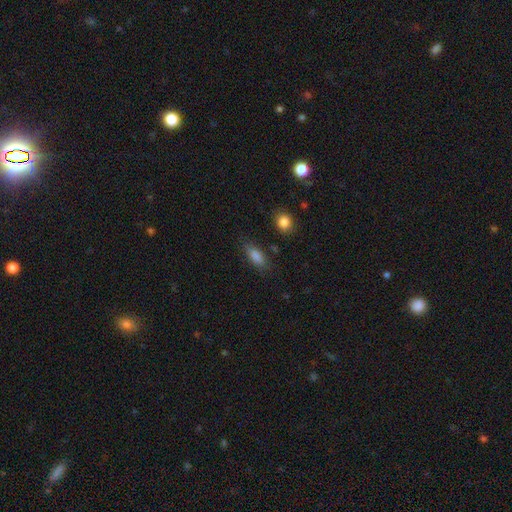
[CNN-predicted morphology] Smooth or featured?
  - smooth: 83% *
  - star or artifact: 9%
  - featured or disk: 8%
How rounded?
  - in between: 75% *
  - cigar-shaped: 21%
  - round: 4%
Merging?
  - none: 79% *
  - minor disturbance: 14%
  - major disturbance: 4%
  - merger: 2%